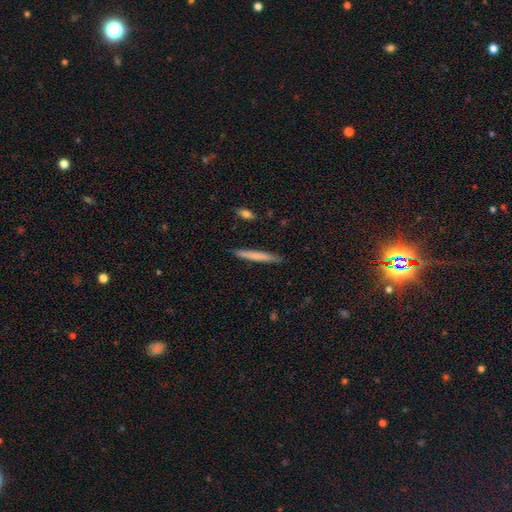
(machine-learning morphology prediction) smooth-or-featured: smooth: 66% | featured or disk: 29% | star or artifact: 6%
  how-rounded: cigar-shaped: 96% | in between: 3% | round: 1%
  merging: none: 90% | minor disturbance: 7% | major disturbance: 1% | merger: 1%